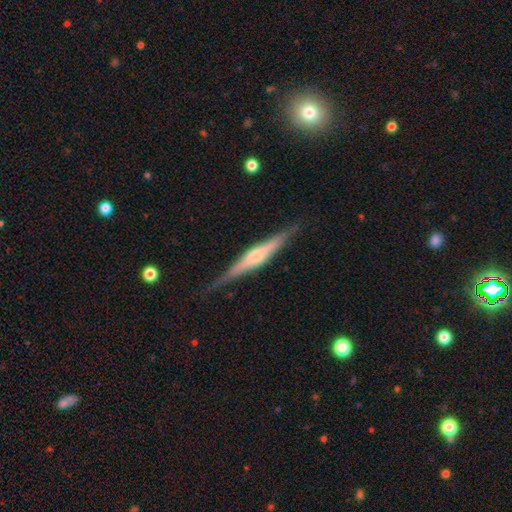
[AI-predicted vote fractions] Morphology: type=featured or disk (71%); edge-on=yes (97%); edge-on bulge=rounded (73%); merging=none (86%).